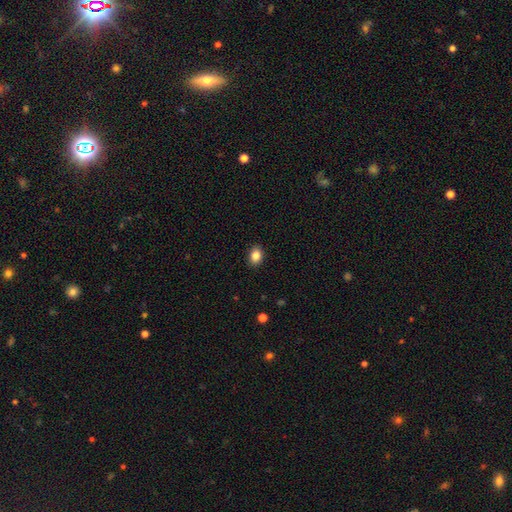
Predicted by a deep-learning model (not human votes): The model was most divided on "how rounded": in between: 70%, round: 29%, cigar-shaped: 1%. More confident: merging — none (89%); smooth or featured — smooth (86%).